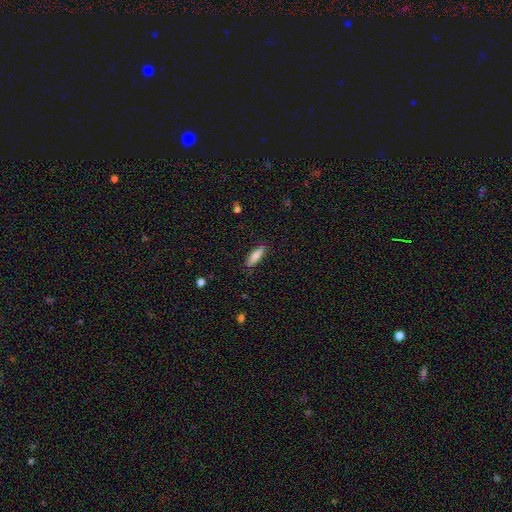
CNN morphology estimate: Overall: smooth (84%). How rounded: in between (58%; cigar-shaped 40%). Merging: none (85%).